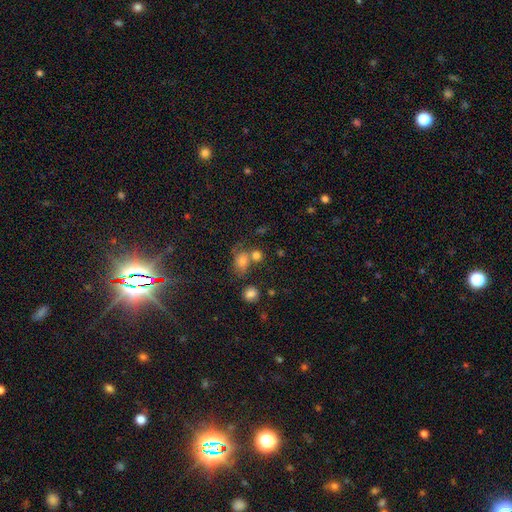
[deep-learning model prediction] This appears to be a smooth galaxy with no disk features (76%) that is round (64%). Merging: none (48%).